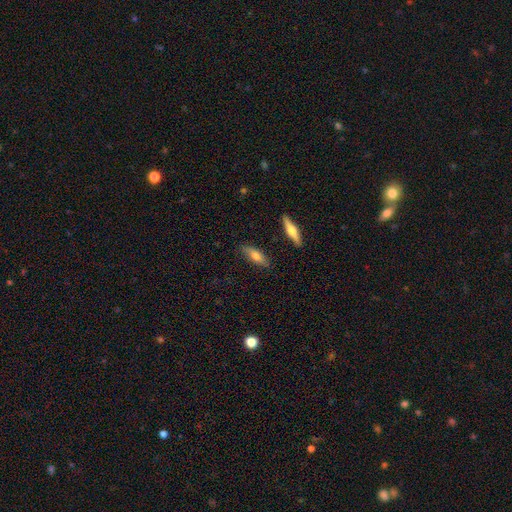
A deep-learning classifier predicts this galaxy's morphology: Smooth or featured?
  - smooth: 64% *
  - featured or disk: 29%
  - star or artifact: 6%
How rounded?
  - in between: 58% *
  - cigar-shaped: 39%
  - round: 3%
Merging?
  - none: 79% *
  - minor disturbance: 16%
  - major disturbance: 3%
  - merger: 2%